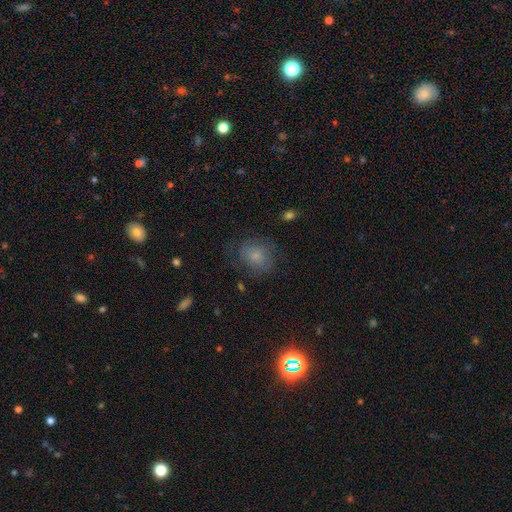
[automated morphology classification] Q: Smooth or featured?
A: smooth (57%); runner-up: featured or disk (31%)
Q: How rounded?
A: round (58%); runner-up: in between (41%)
Q: Merging?
A: none (64%); runner-up: minor disturbance (20%)